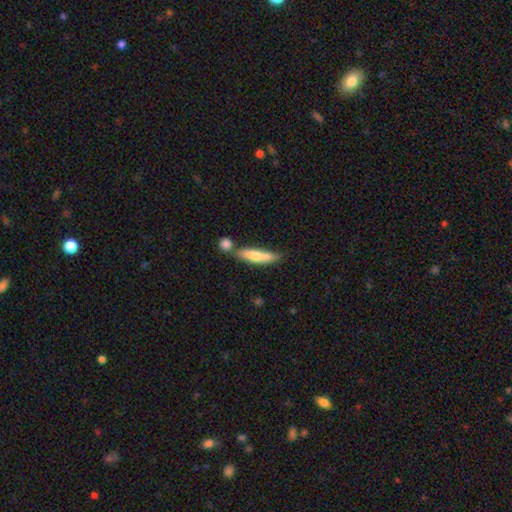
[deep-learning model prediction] Overall: smooth (63%; featured or disk 31%). How rounded: cigar-shaped (81%). Merging: none (53%; merger 26%).